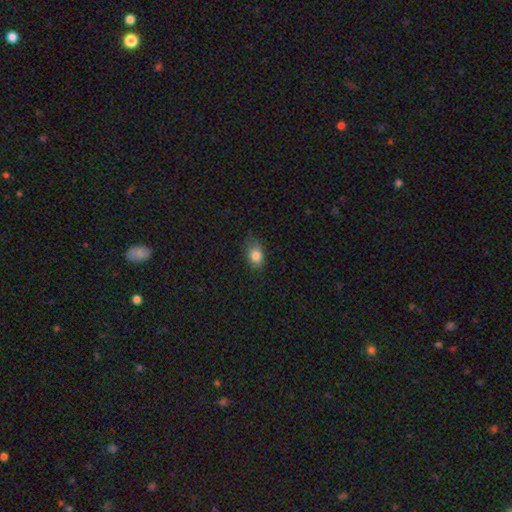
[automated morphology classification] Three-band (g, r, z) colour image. It shows a smooth galaxy with no disk features (83%) that is in between round and cigar-shaped (69%). Merging: none (70%).